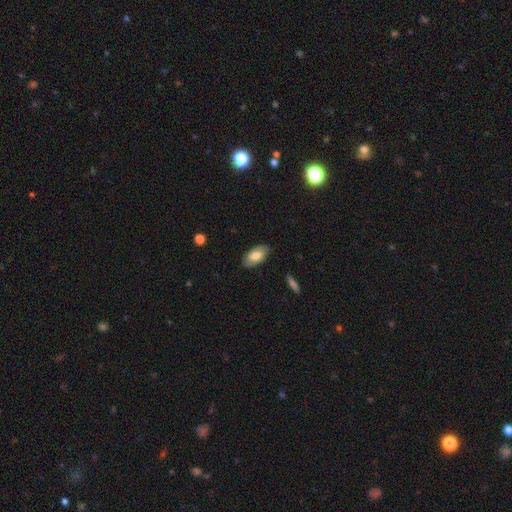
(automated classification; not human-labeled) This is likely a smooth galaxy (72%). How rounded: clearly in between (94%). Merging: clearly none (85%).